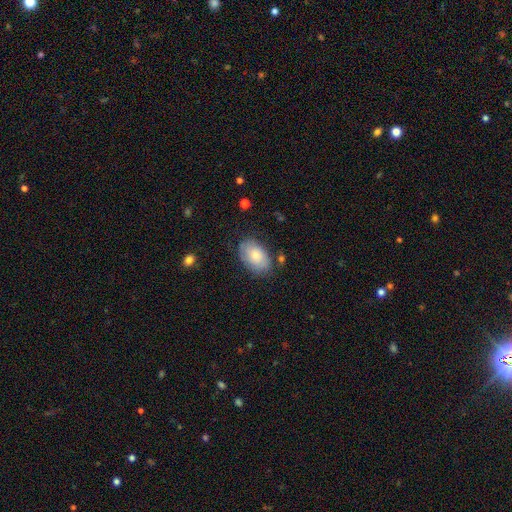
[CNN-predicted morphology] A smooth galaxy with no disk features (74%) that is in between round and cigar-shaped (91%). Merging: none (73%).